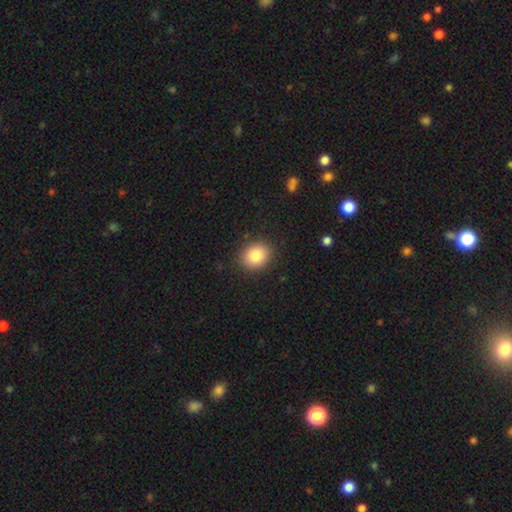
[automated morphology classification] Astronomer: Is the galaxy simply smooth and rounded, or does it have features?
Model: smooth — 84%.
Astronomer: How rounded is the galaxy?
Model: round — 61% (runner-up: in between, 39%).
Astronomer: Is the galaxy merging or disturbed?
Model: none — 89%.